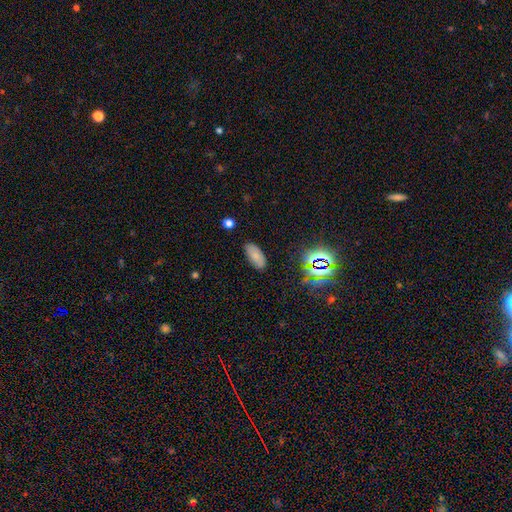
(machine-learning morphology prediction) Overall: smooth (76%). How rounded: in between (89%). Merging: none (83%).